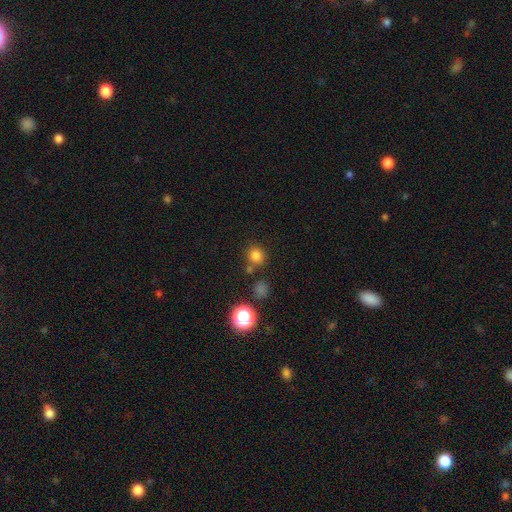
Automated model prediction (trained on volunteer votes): Smooth or featured: smooth — 78% (star or artifact — 17%)
How rounded: round — 83% (in between — 16%)
Merging: none — 76% (merger — 11%)